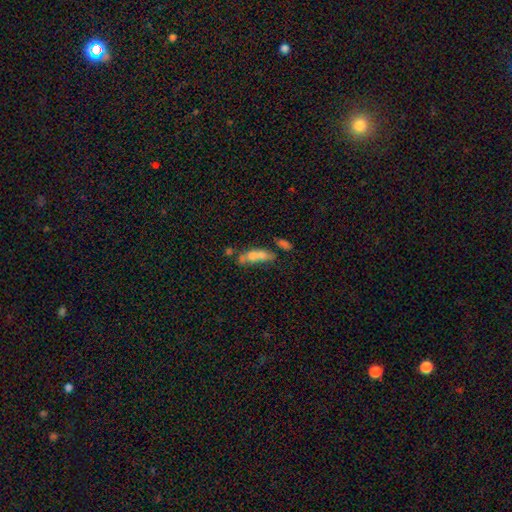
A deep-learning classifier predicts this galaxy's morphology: smooth_or_featured: smooth (p=0.61) [alt: featured or disk p=0.27]
how_rounded: in between (p=0.61) [alt: cigar-shaped p=0.33]
merging: merger (p=0.42) [alt: none p=0.28]